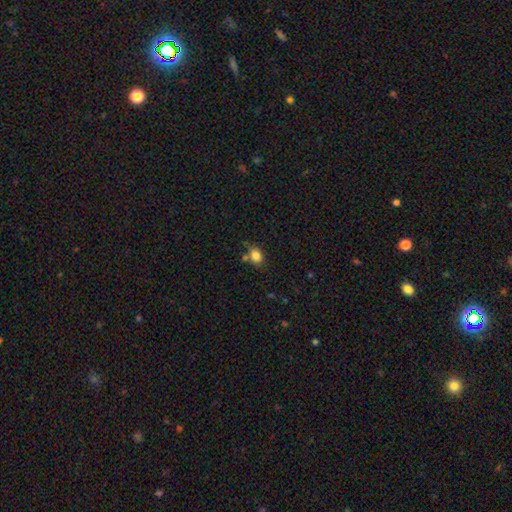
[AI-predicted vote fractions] This is clearly a smooth galaxy (83%). How rounded: likely in between (61%). Merging: likely none (62%).